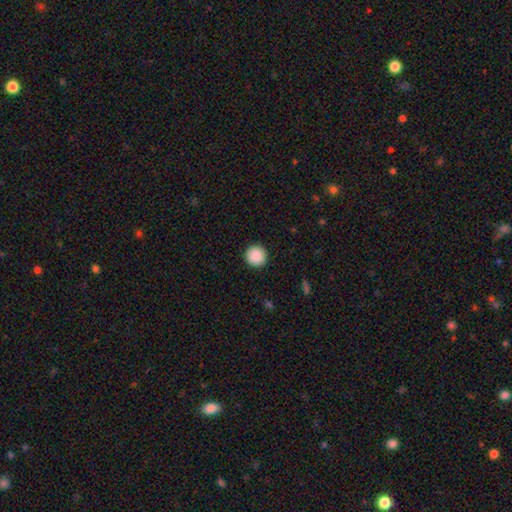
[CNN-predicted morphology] A smooth galaxy with no disk features (90%) that is round (96%).

Vote fractions:
- Smooth or featured? smooth: 90% / star or artifact: 8% / featured or disk: 2%
- How rounded? round: 96% / in between: 3% / cigar-shaped: 1%
- Merging? none: 93% / minor disturbance: 4% / major disturbance: 2% / merger: 1%